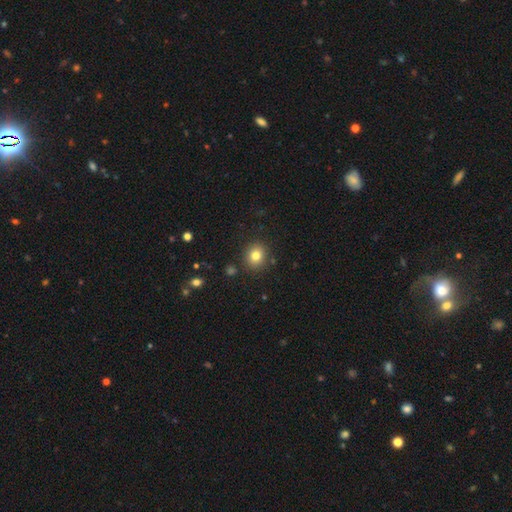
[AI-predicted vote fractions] Smooth or featured: smooth — 80% (star or artifact — 12%)
How rounded: round — 78% (in between — 21%)
Merging: none — 88% (minor disturbance — 7%)